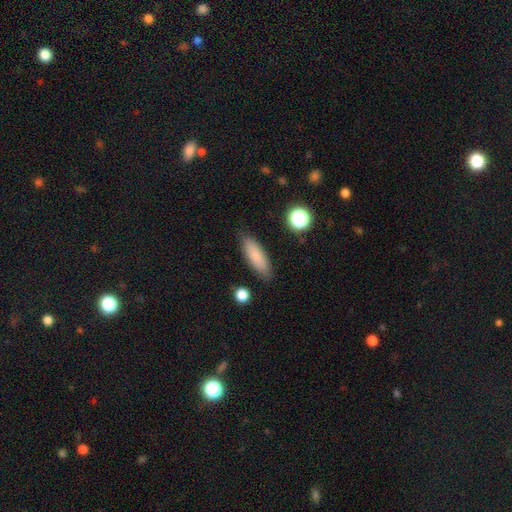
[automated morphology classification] Smooth or featured: smooth — 82% (featured or disk — 10%)
How rounded: in between — 56% (cigar-shaped — 42%)
Merging: none — 86% (minor disturbance — 10%)